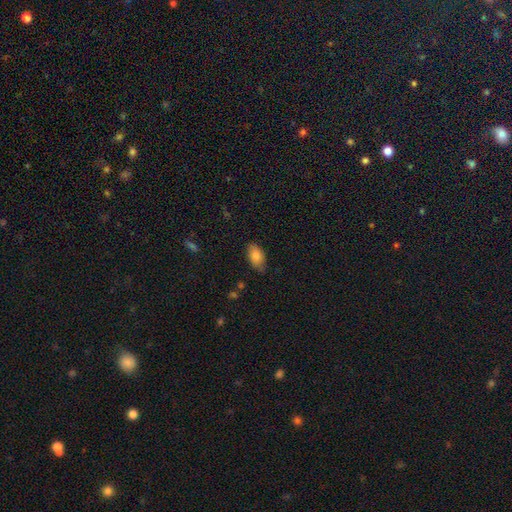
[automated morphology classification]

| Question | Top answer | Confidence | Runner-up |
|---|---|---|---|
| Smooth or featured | smooth | 81% | featured or disk (12%) |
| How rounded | in between | 93% | round (5%) |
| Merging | none | 76% | minor disturbance (20%) |